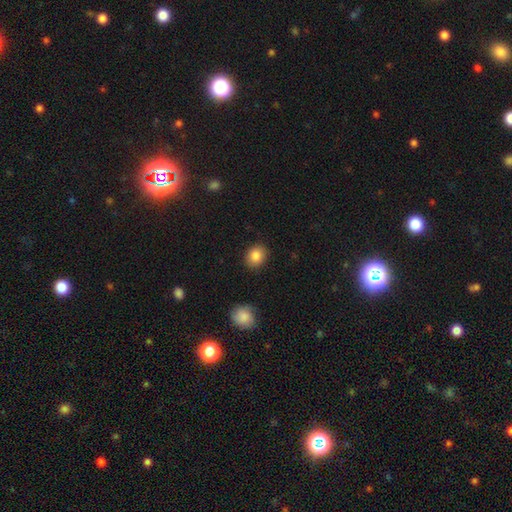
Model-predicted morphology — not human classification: Overall: smooth (85%). How rounded: round (58%; in between 41%). Merging: none (88%).